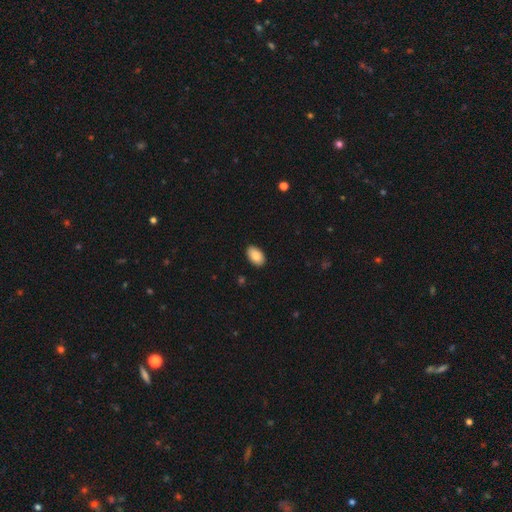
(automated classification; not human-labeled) Morphology: type=smooth (89%); roundness=in between (93%); merging=none (89%).